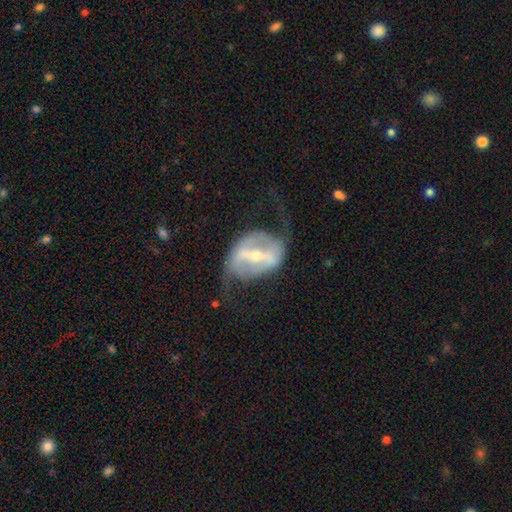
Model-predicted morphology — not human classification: Smooth or featured? featured or disk (84%)
Edge-on disk? no (93%)
Bar? strong (72%)
Spiral arms? yes (72%)
Spiral winding? loose (50%)
Spiral arm count? 2 (84%)
Bulge size? small (50%)
Merging? none (54%)